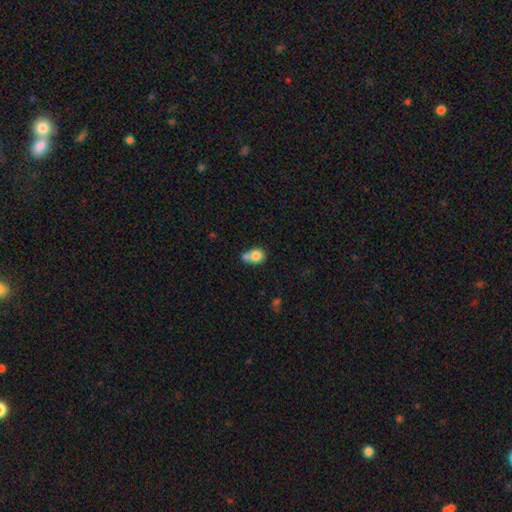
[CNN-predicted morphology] A smooth galaxy with no disk features (79%) that is round (75%). Merging: merger (49%).